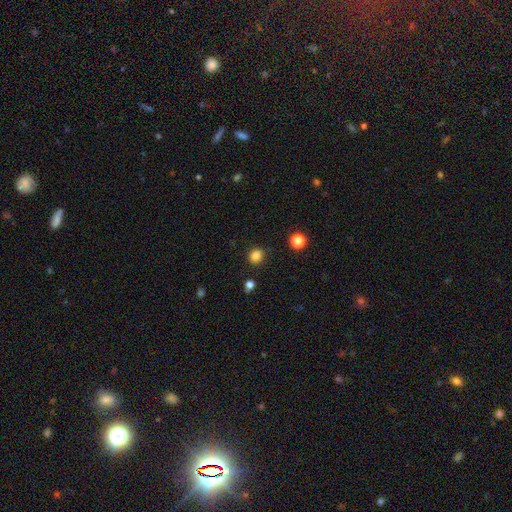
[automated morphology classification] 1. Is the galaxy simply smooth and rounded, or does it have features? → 83% smooth, 13% star or artifact, 3% featured or disk.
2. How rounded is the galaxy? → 88% round, 11% in between, 1% cigar-shaped.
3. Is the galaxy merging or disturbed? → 88% none, 8% minor disturbance, 2% major disturbance, 2% merger.